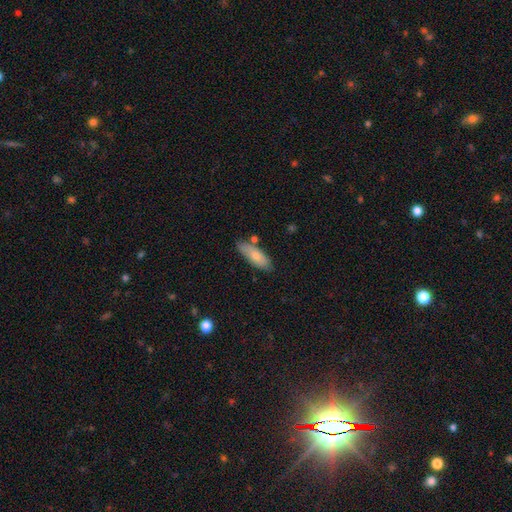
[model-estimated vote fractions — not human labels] Smooth or featured?
  - smooth: 76% *
  - featured or disk: 18%
  - star or artifact: 6%
How rounded?
  - in between: 71% *
  - cigar-shaped: 27%
  - round: 2%
Merging?
  - none: 72% *
  - minor disturbance: 18%
  - merger: 7%
  - major disturbance: 3%